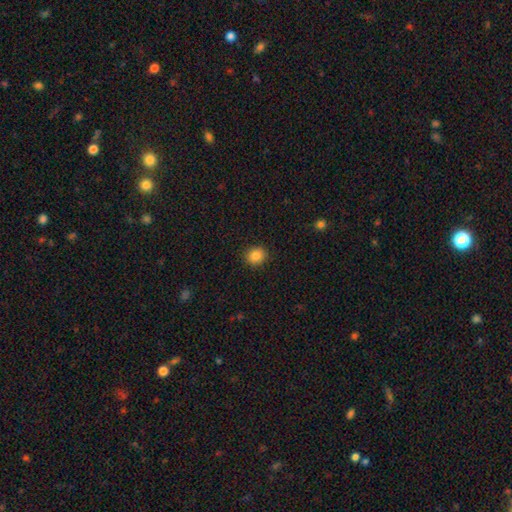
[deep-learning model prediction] This appears to be a smooth galaxy with no disk features (85%) that is round (72%). Merging: none (90%).